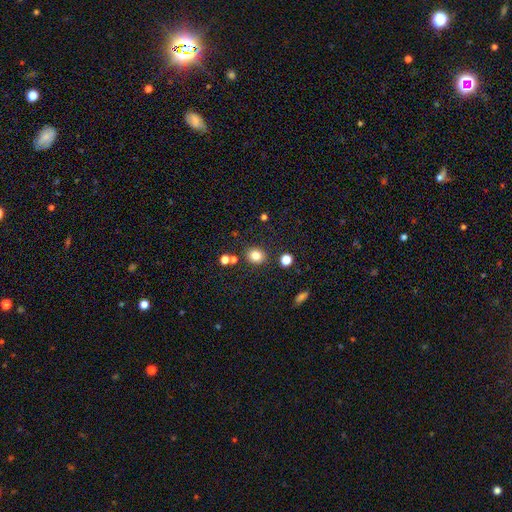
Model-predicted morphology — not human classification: Overall: smooth (81%). How rounded: round (66%; in between 33%). Merging: none (82%).